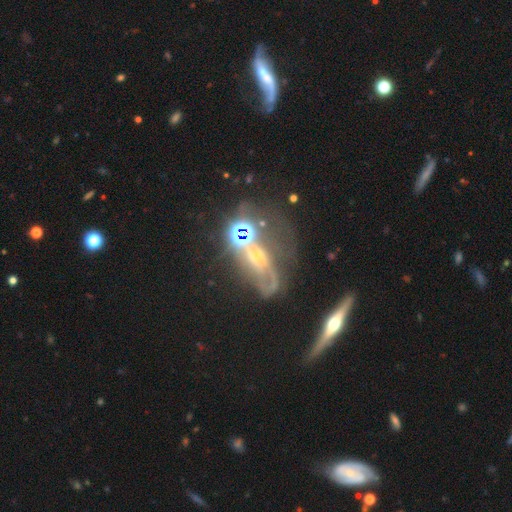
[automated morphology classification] smooth_or_featured: featured or disk (p=0.51) [alt: star or artifact p=0.31]
disk_edge_on: no (p=0.85) [alt: yes p=0.15]
merging: major disturbance (p=0.37) [alt: none p=0.30]